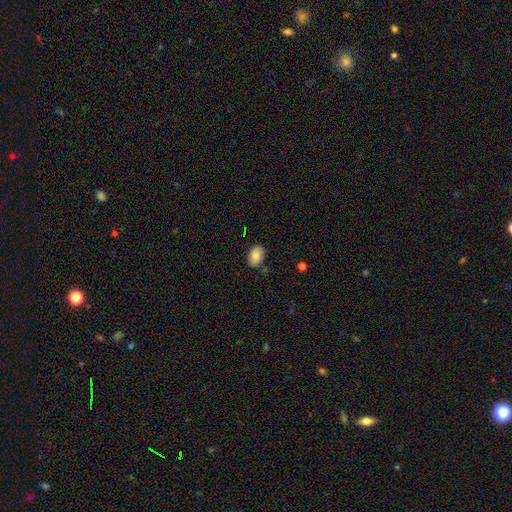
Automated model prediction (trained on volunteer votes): This appears to be a smooth galaxy with no disk features (82%) that is in between round and cigar-shaped (88%). Merging: none (82%).